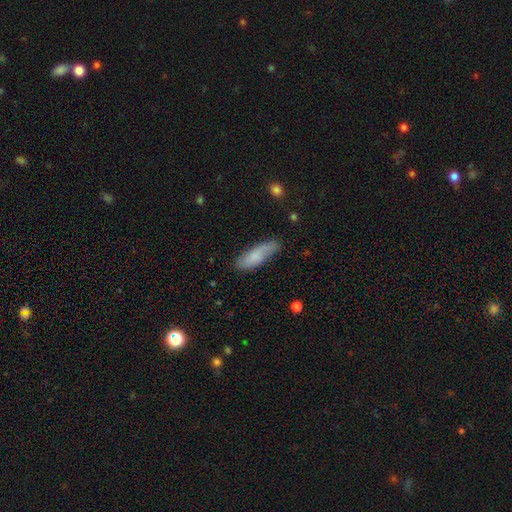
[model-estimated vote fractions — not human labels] A smooth galaxy with no disk features (73%) that is cigar-shaped (49%, tied with in between).

Vote fractions:
- Smooth or featured? smooth: 73% / featured or disk: 20% / star or artifact: 7%
- How rounded? cigar-shaped: 49% (tied) / in between: 49% (tied) / round: 2%
- Merging? none: 70% / minor disturbance: 23% / major disturbance: 5% / merger: 2%